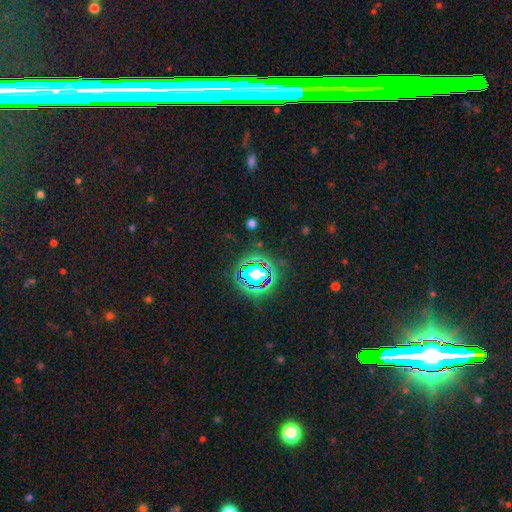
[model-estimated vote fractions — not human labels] This appears to be a star or artifact, not a galaxy (79%).